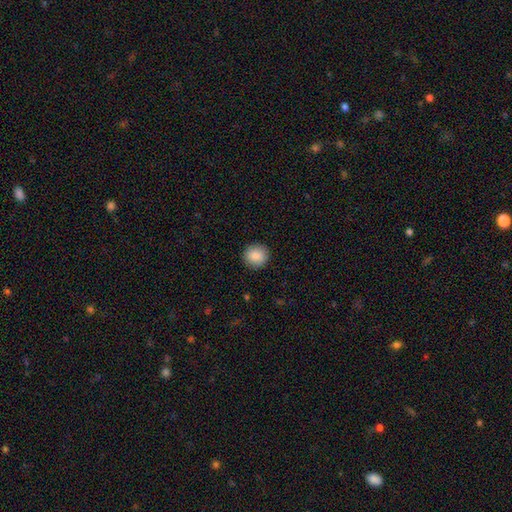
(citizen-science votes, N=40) smooth_or_featured: smooth (p=0.95) [alt: star or artifact p=0.05]
how_rounded: round (p=1.00)
merging: none (p=0.97) [alt: major disturbance p=0.03]